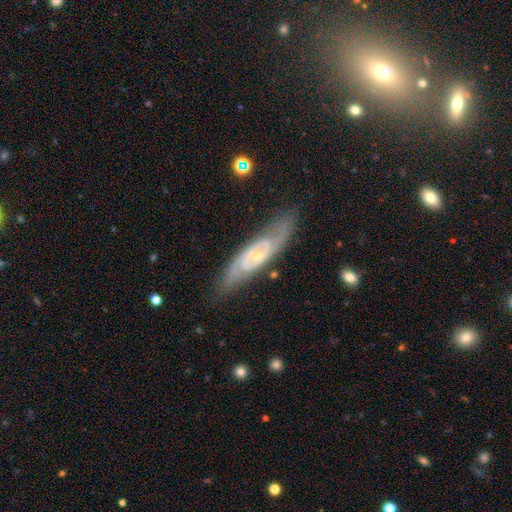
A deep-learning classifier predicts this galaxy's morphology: smooth-or-featured: featured or disk: 86% | smooth: 9% | star or artifact: 5%
  disk-edge-on: no: 85% | yes: 15%
    bar: no: 45% | weak: 40% | strong: 15%
    has-spiral-arms: yes: 94% | no: 6%
      spiral-winding: medium: 46% | tight: 41% | loose: 13%
      spiral-arm-count: 2: 79% | can't tell: 12% | 3: 4% | 1: 2% | 4: 2% | more than 4: 1%
    bulge-size: small: 69% | moderate: 27% | none: 2% | large: 1% | dominant: 1%
  merging: none: 77% | minor disturbance: 16% | major disturbance: 5% | merger: 2%